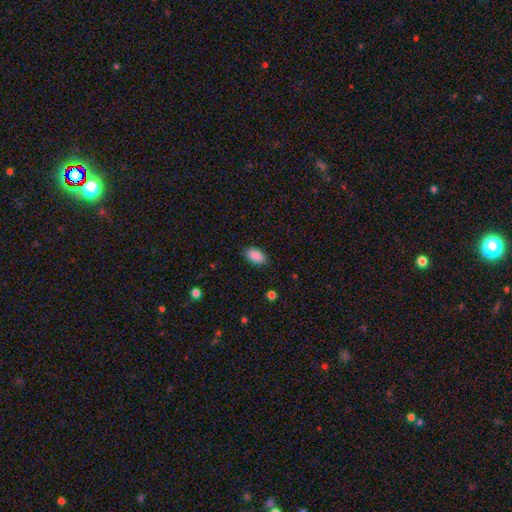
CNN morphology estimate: Smooth or featured? smooth (90%)
How rounded? in between (93%)
Merging? none (86%)